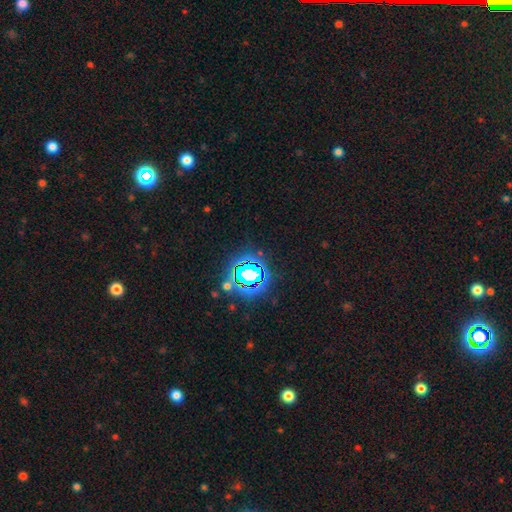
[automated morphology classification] Smooth or featured? star or artifact (82%)